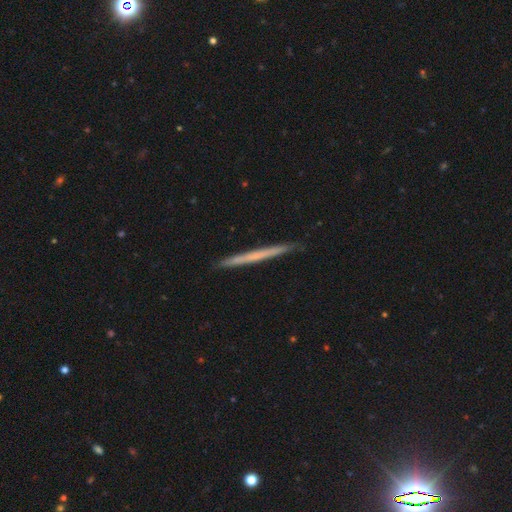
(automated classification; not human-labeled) A featured or disk galaxy (48%).

Vote fractions:
- Smooth or featured? featured or disk: 48% / smooth: 47% / star or artifact: 5%
- Merging? none: 91% / minor disturbance: 7% / major disturbance: 1% / merger: 1%